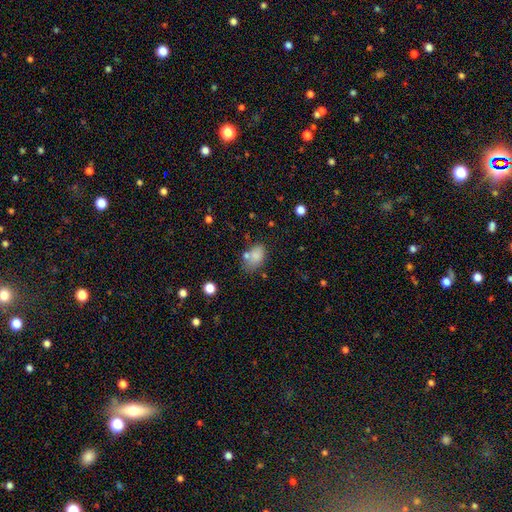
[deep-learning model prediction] A smooth galaxy with no disk features (80%) that is in between round and cigar-shaped (86%). Merging: none (54%).